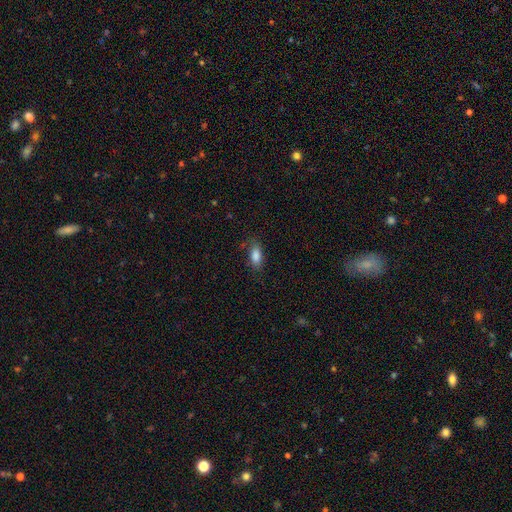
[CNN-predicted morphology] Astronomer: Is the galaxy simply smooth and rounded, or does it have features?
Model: smooth — 85%.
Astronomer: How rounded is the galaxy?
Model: in between — 86%.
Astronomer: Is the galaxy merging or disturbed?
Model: none — 78%.